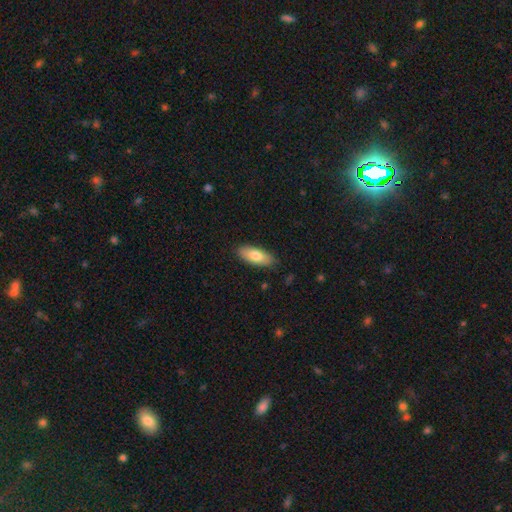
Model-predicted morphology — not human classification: This is likely a smooth galaxy (78%). How rounded: clearly in between (81%). Merging: clearly none (86%).